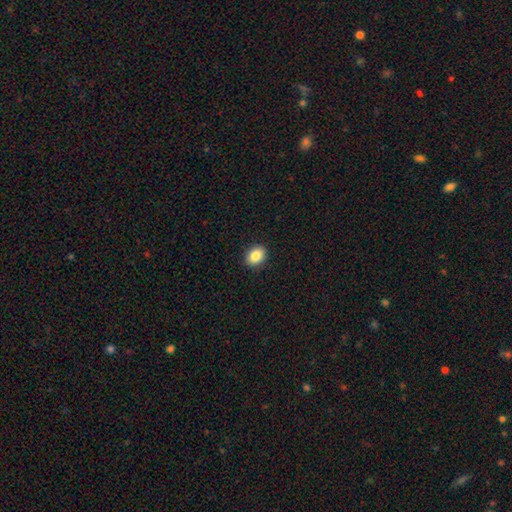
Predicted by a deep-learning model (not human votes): smooth_or_featured: smooth (p=0.86) [alt: star or artifact p=0.08]
how_rounded: in between (p=0.62) [alt: round p=0.37]
merging: none (p=0.91) [alt: minor disturbance p=0.06]